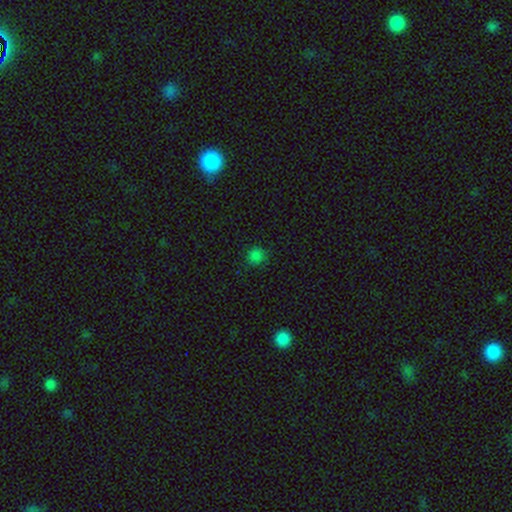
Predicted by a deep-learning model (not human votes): smooth_or_featured: smooth (p=0.81) [alt: star or artifact p=0.17]
how_rounded: round (p=0.92) [alt: in between p=0.07]
merging: none (p=0.87) [alt: minor disturbance p=0.09]